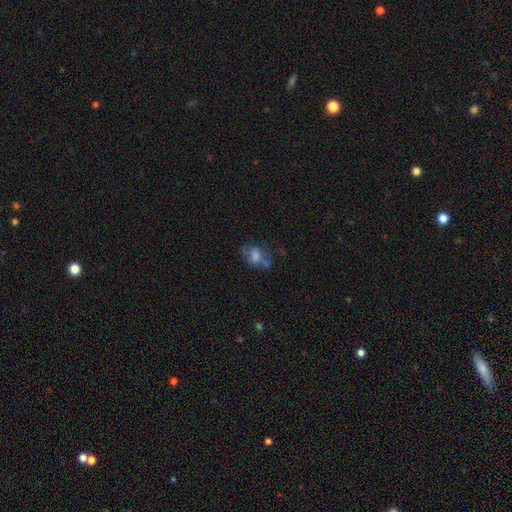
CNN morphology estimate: Smooth or featured? Predicted: smooth (p=0.48). Merging? Predicted: none (p=0.45).